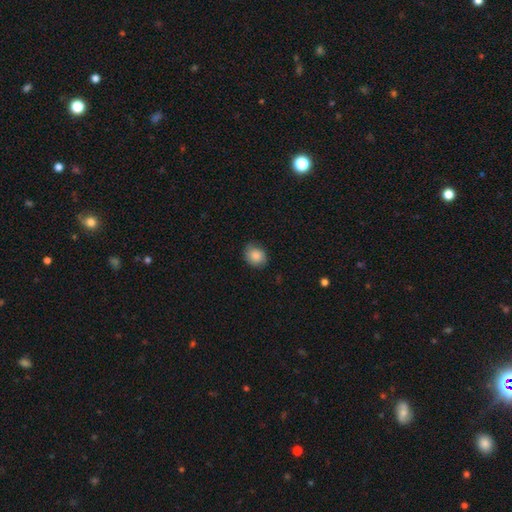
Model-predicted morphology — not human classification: This appears to be a smooth galaxy with no disk features (86%) that is round (55%). Merging: none (79%).